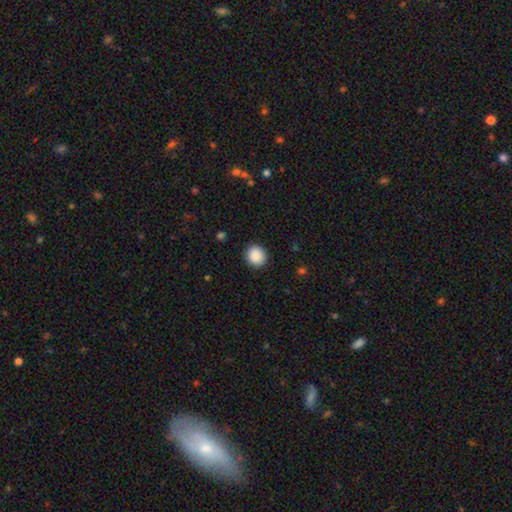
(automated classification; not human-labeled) smooth_or_featured: smooth (p=0.89) [alt: star or artifact p=0.08]
how_rounded: round (p=0.84) [alt: in between p=0.15]
merging: none (p=0.91) [alt: minor disturbance p=0.06]